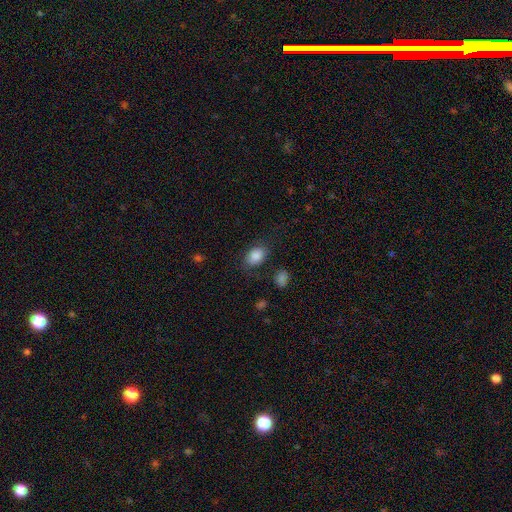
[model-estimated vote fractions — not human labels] smooth_or_featured: smooth (p=0.86) [alt: star or artifact p=0.08]
how_rounded: in between (p=0.81) [alt: round p=0.18]
merging: none (p=0.76) [alt: minor disturbance p=0.16]